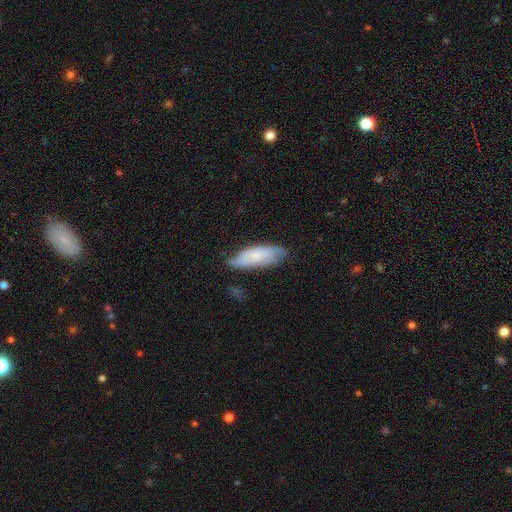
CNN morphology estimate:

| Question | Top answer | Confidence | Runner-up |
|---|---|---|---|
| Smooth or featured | smooth | 60% | featured or disk (34%) |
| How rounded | in between | 72% | cigar-shaped (26%) |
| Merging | none | 61% | minor disturbance (30%) |